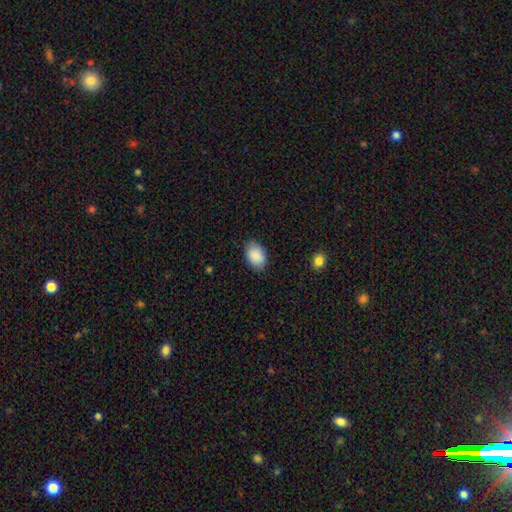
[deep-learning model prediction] Smooth or featured? Predicted: smooth (p=0.89). How rounded? Predicted: in between (p=0.87). Merging? Predicted: none (p=0.84).